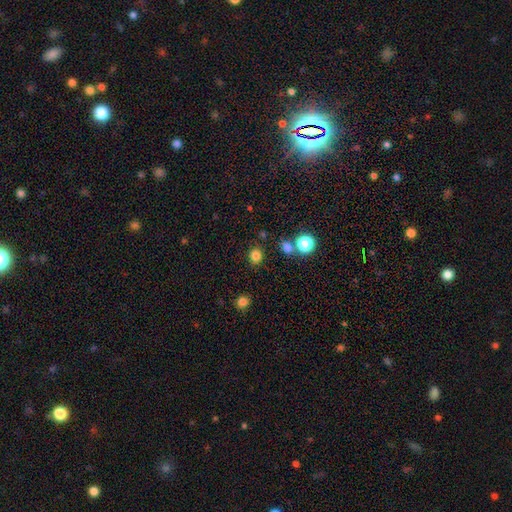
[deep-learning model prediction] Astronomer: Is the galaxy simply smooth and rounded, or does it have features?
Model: smooth — 80%.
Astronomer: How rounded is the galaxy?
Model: round — 75%.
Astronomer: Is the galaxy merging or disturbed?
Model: none — 84%.